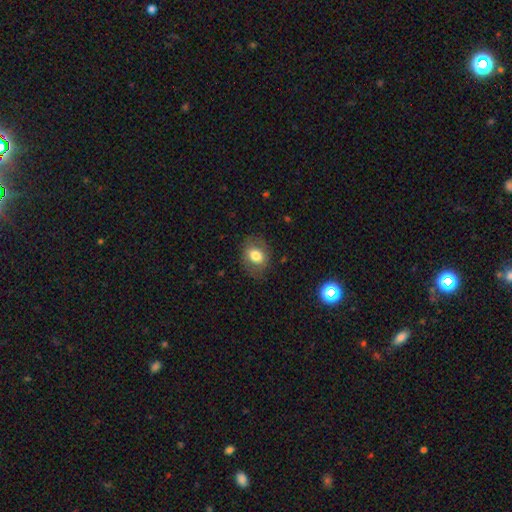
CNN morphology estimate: Smooth or featured? Predicted: smooth (p=0.74). How rounded? Predicted: in between (p=0.60). Merging? Predicted: none (p=0.78).